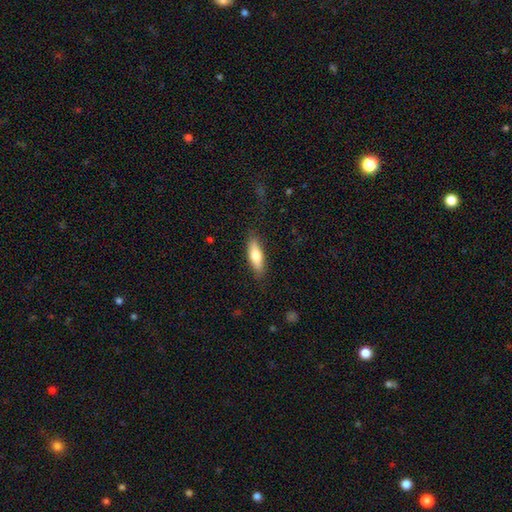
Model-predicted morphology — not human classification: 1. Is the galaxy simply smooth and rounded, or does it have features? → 71% smooth, 23% featured or disk, 6% star or artifact.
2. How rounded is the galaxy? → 49% cigar-shaped (tied), 49% in between (tied), 2% round.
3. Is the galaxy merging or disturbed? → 85% none, 11% minor disturbance, 3% major disturbance, 1% merger.